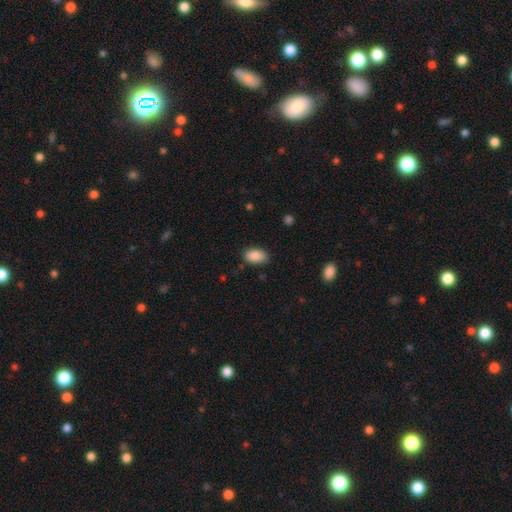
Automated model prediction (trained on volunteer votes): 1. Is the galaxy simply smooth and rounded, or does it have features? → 88% smooth, 7% star or artifact, 5% featured or disk.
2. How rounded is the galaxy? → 92% in between, 6% round, 2% cigar-shaped.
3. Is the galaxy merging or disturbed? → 83% none, 13% minor disturbance, 3% major disturbance, 1% merger.